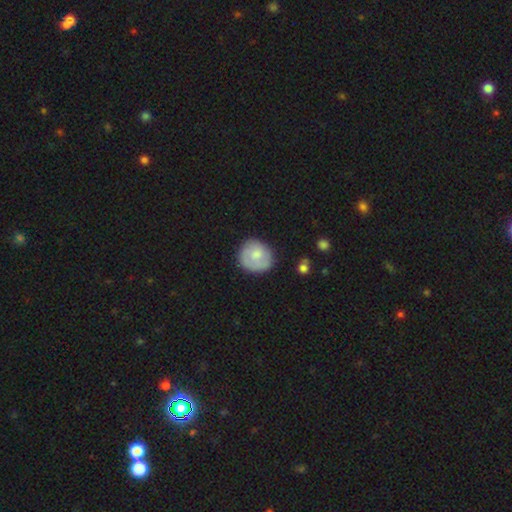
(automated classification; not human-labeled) smooth-or-featured: smooth: 65% | featured or disk: 29% | star or artifact: 6%
  how-rounded: round: 86% | in between: 13% | cigar-shaped: 1%
  merging: none: 75% | minor disturbance: 18% | major disturbance: 5% | merger: 2%